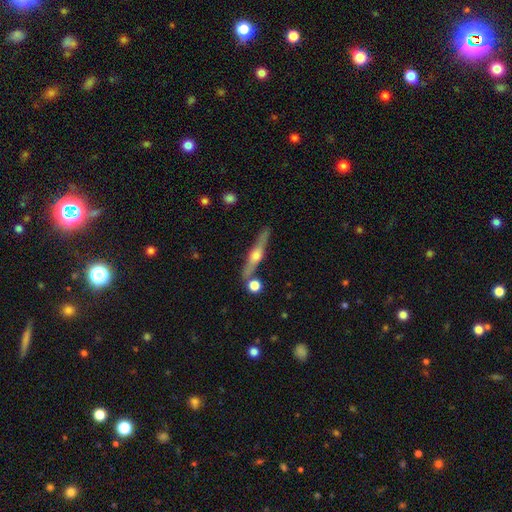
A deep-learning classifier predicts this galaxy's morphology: type=featured or disk (72%); edge-on=yes (97%); edge-on bulge=rounded (92%); merging=none (81%).